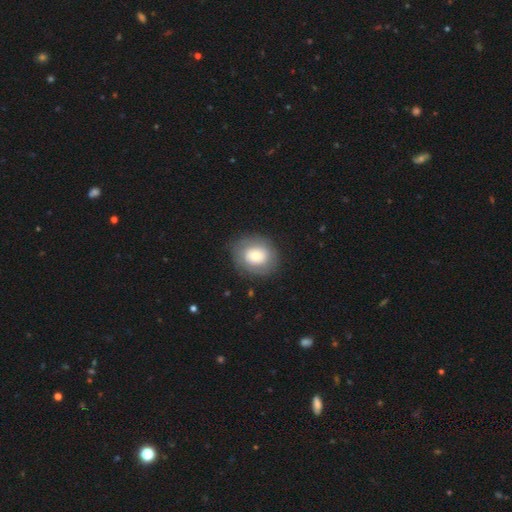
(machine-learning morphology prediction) Smooth or featured?
  - smooth: 60% *
  - featured or disk: 32%
  - star or artifact: 8%
How rounded?
  - round: 73% *
  - in between: 26%
  - cigar-shaped: 1%
Merging?
  - none: 80% *
  - minor disturbance: 13%
  - major disturbance: 6%
  - merger: 1%